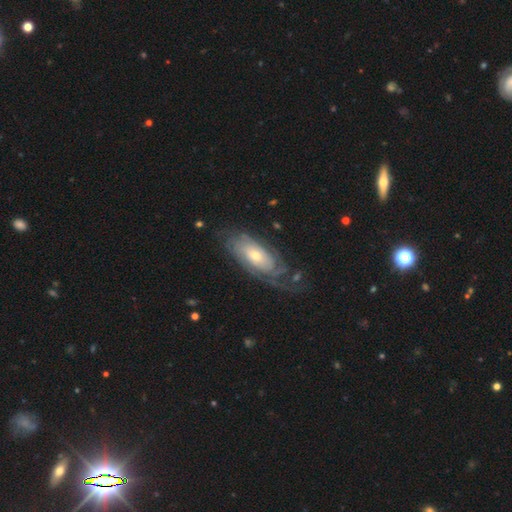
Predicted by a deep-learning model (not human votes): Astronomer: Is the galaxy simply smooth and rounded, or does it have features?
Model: featured or disk — 79%.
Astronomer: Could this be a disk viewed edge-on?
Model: no — 91%.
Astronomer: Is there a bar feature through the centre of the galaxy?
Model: no — 75%.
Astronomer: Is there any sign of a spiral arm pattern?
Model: yes — 90%.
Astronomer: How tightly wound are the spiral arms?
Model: tight — 69%.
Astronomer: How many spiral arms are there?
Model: can't tell — 50%.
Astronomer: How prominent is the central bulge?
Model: moderate — 48% (runner-up: small, 45%).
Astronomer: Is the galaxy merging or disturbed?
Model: none — 60%.